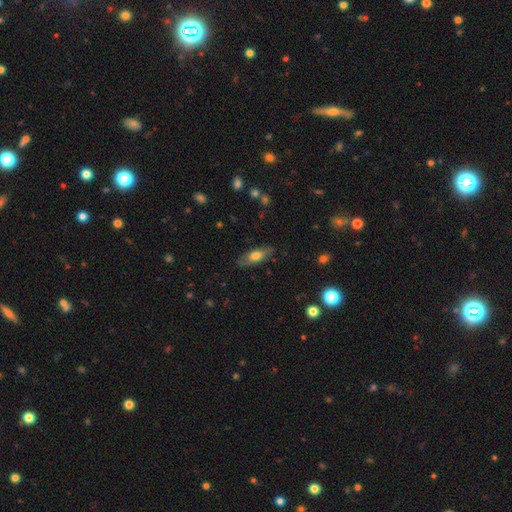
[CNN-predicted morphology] This is possibly a smooth galaxy (59%). How rounded: likely in between (71%). Merging: clearly none (81%).